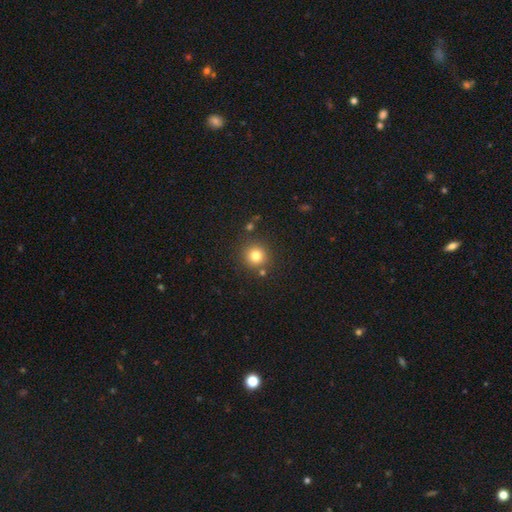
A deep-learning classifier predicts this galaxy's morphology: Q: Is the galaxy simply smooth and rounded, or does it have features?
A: smooth — 79%.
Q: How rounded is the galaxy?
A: round — 94%.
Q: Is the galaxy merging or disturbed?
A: none — 84%.